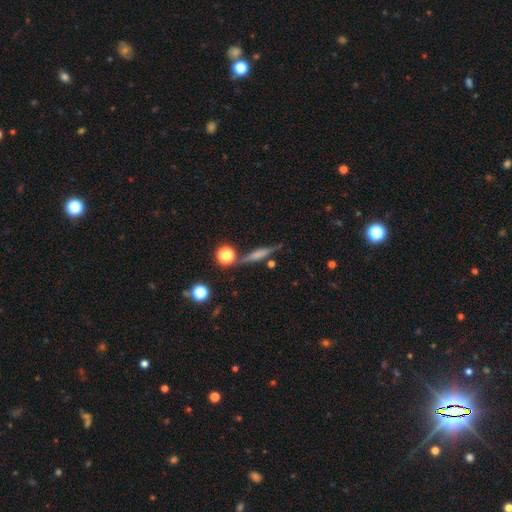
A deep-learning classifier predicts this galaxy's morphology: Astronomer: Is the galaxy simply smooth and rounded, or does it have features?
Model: featured or disk — 54% (runner-up: smooth, 35%).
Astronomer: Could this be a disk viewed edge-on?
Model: yes — 94%.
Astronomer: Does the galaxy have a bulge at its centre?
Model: rounded — 38% (runner-up: none, 37%).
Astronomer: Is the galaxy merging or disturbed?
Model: none — 80%.